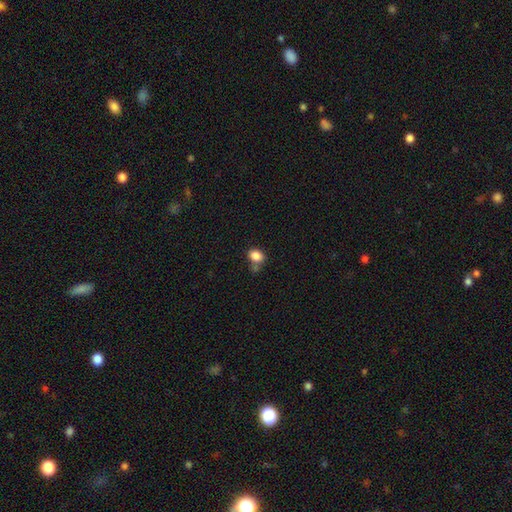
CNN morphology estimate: A smooth galaxy with no disk features (84%) that is in between round and cigar-shaped (62%). Merging: none (57%).